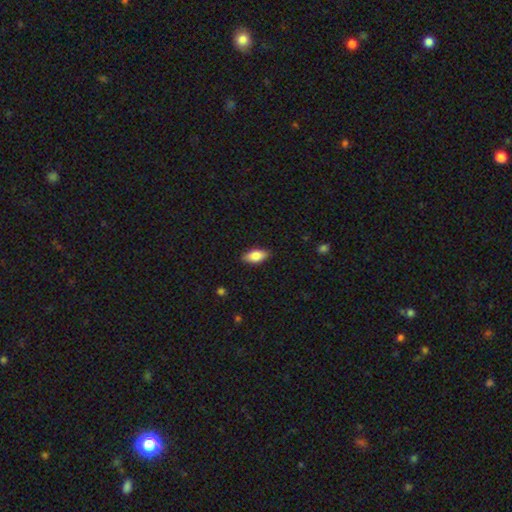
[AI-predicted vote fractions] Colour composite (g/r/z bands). It shows a smooth galaxy with no disk features (81%) that is in between round and cigar-shaped (89%). Merging: none (87%).